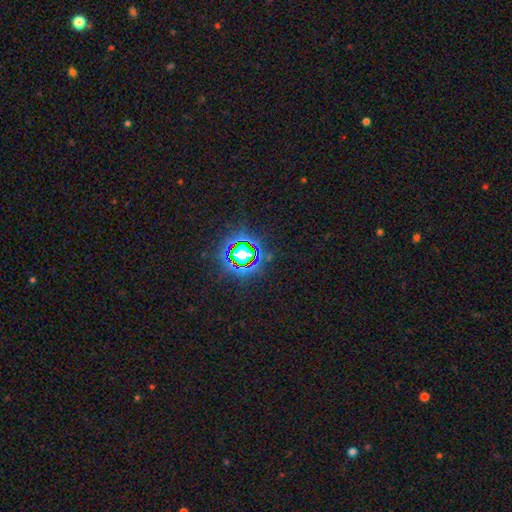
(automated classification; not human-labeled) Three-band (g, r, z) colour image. It shows a star or artifact, not a galaxy (81%).